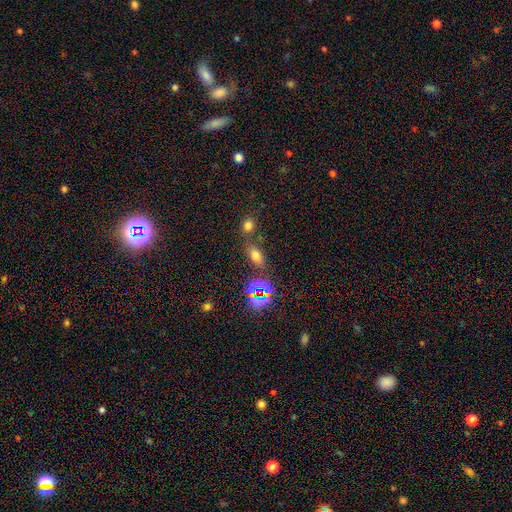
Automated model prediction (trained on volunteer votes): Morphology: type=smooth (66%); roundness=in between (83%); merging=none (70%).